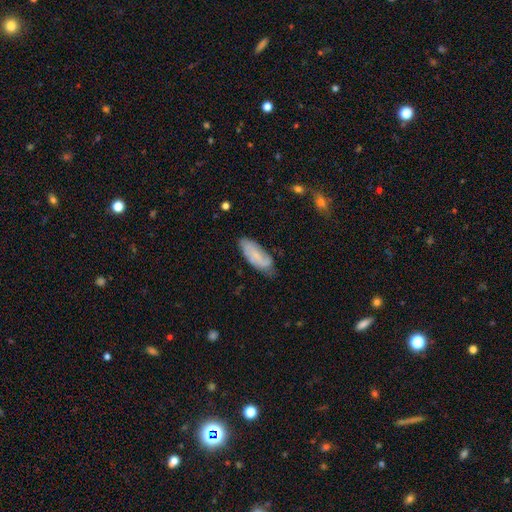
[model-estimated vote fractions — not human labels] smooth_or_featured: smooth (p=0.54) [alt: featured or disk p=0.38]
how_rounded: in between (p=0.77) [alt: cigar-shaped p=0.21]
merging: none (p=0.66) [alt: minor disturbance p=0.26]